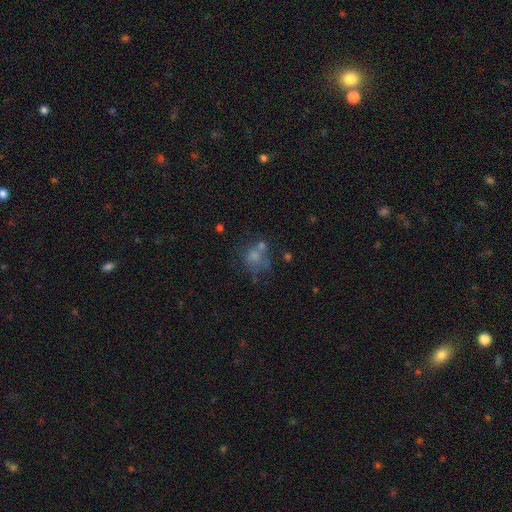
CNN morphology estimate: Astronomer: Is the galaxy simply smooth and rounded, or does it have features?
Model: smooth — 46% (runner-up: featured or disk, 28%).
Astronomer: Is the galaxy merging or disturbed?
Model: none — 47%.